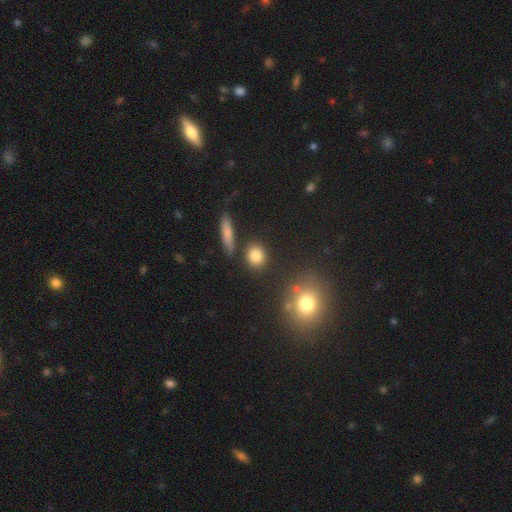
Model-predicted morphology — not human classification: Smooth or featured?
  - smooth: 83% *
  - star or artifact: 10%
  - featured or disk: 7%
How rounded?
  - round: 70% *
  - in between: 26%
  - cigar-shaped: 4%
Merging?
  - none: 82% *
  - minor disturbance: 9%
  - merger: 6%
  - major disturbance: 3%